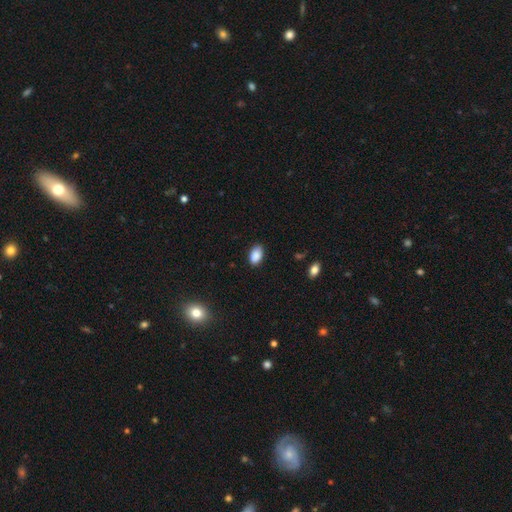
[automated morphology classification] Overall: smooth (88%). How rounded: in between (90%). Merging: none (81%).